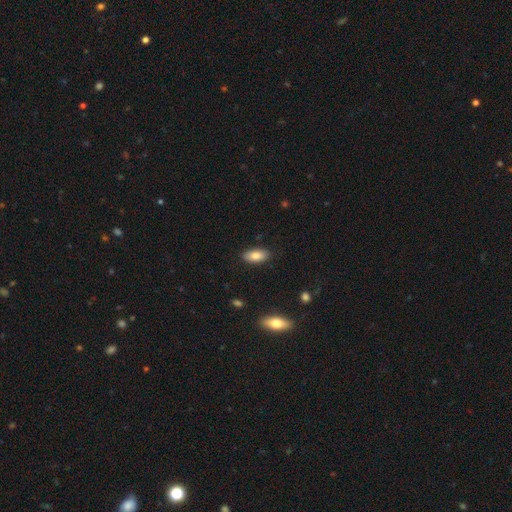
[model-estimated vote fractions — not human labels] Smooth or featured? smooth (83%)
How rounded? in between (89%)
Merging? none (87%)